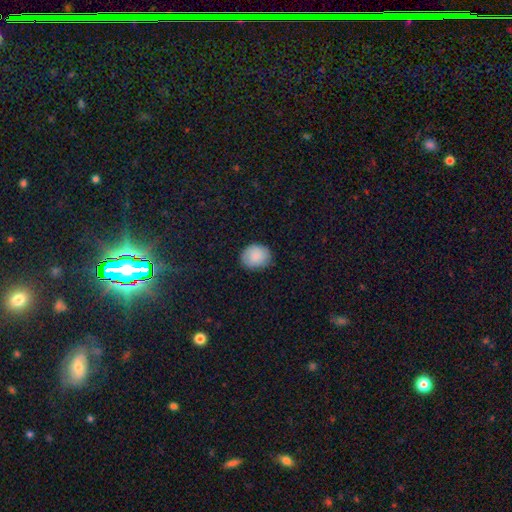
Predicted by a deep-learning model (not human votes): Q: Smooth or featured?
A: smooth (87%); runner-up: star or artifact (7%)
Q: How rounded?
A: round (61%); runner-up: in between (38%)
Q: Merging?
A: none (82%); runner-up: minor disturbance (14%)